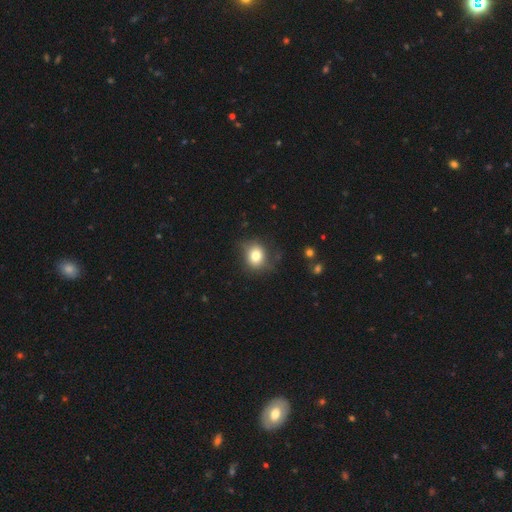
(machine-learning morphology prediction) Smooth or featured?
  - smooth: 78% *
  - featured or disk: 12%
  - star or artifact: 10%
How rounded?
  - round: 64% *
  - in between: 35%
  - cigar-shaped: 1%
Merging?
  - none: 68% *
  - minor disturbance: 22%
  - major disturbance: 8%
  - merger: 2%